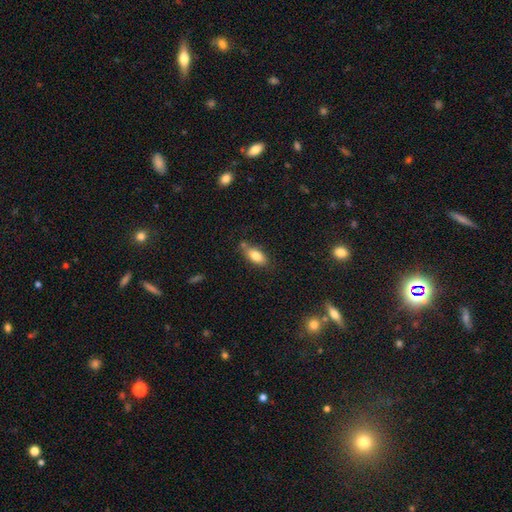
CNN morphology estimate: smooth 81%, featured or disk 12%, star or artifact 7%. Down the decision tree: how rounded — in between (85%); merging — none (70%).